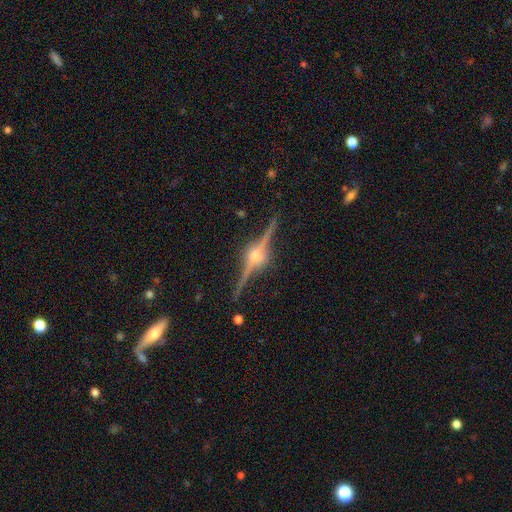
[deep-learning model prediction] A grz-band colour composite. It shows a featured or disk galaxy (91%) viewed edge-on (98%) with a rounded central bulge (93%). Merging: none (89%).